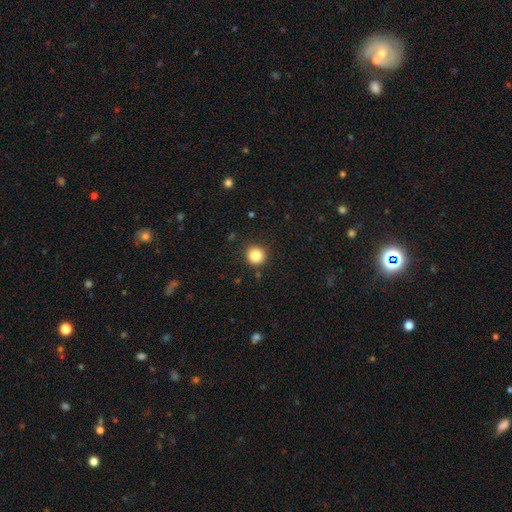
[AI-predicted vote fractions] This is clearly a smooth galaxy (86%). How rounded: clearly round (93%). Merging: clearly none (89%).